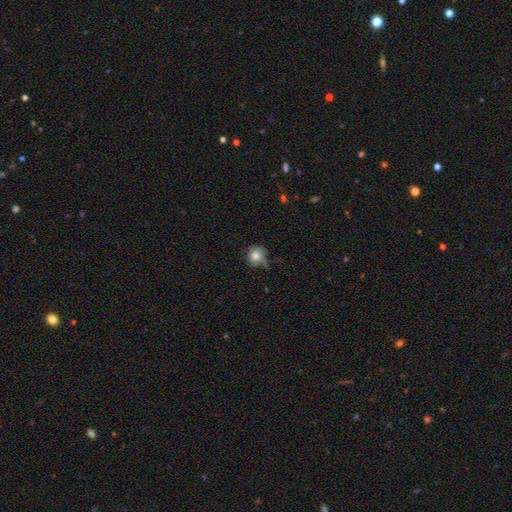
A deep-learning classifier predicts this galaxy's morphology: Smooth or featured: smooth — 82% (star or artifact — 10%)
How rounded: round — 89% (in between — 10%)
Merging: none — 68% (minor disturbance — 23%)